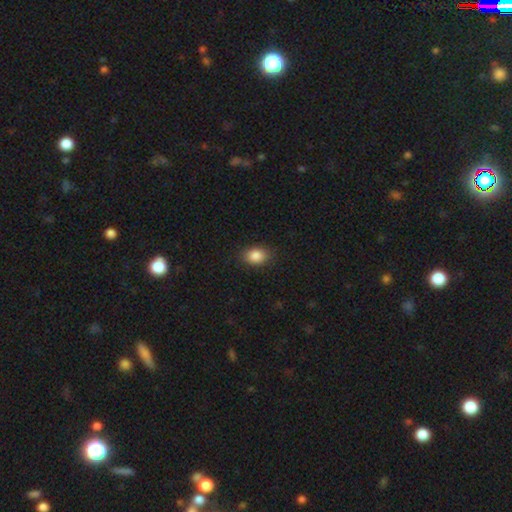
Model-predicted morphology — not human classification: smooth-or-featured: smooth: 87% | star or artifact: 9% | featured or disk: 4%
  how-rounded: in between: 74% | round: 25% | cigar-shaped: 1%
  merging: none: 87% | minor disturbance: 10% | major disturbance: 2% | merger: 1%